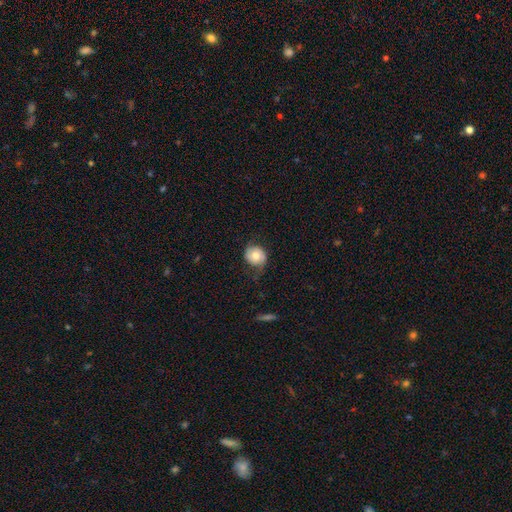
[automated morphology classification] The model was most divided on "smooth or featured": smooth: 54%, featured or disk: 38%, star or artifact: 7%. More confident: how rounded — round (72%); merging — none (54%).